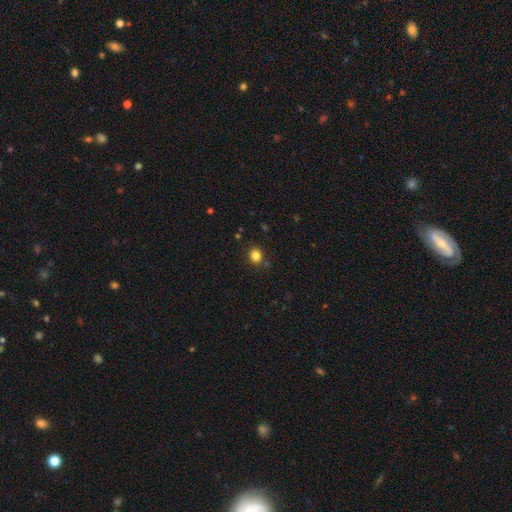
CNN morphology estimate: The model was most divided on "how rounded": round: 71%, in between: 29%, cigar-shaped: 1%. More confident: merging — none (84%); smooth or featured — smooth (83%).